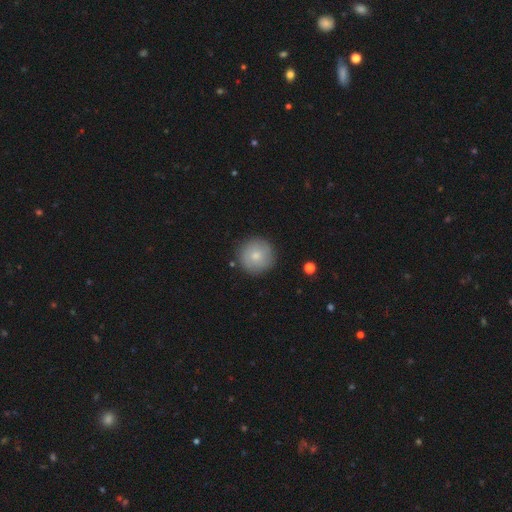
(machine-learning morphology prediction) Smooth or featured? Predicted: smooth (p=0.76). How rounded? Predicted: round (p=0.96). Merging? Predicted: none (p=0.88).